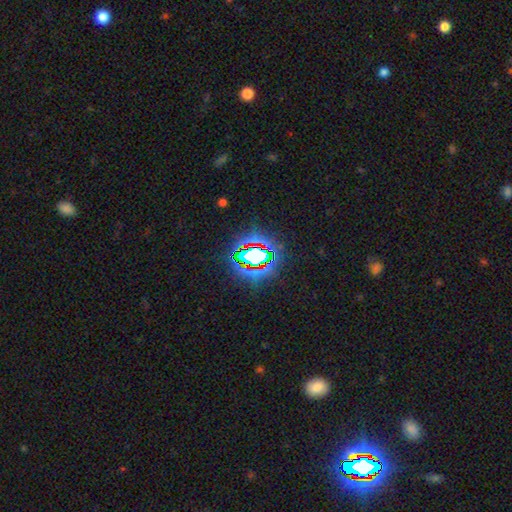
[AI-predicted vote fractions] A star or artifact, not a galaxy (69%).